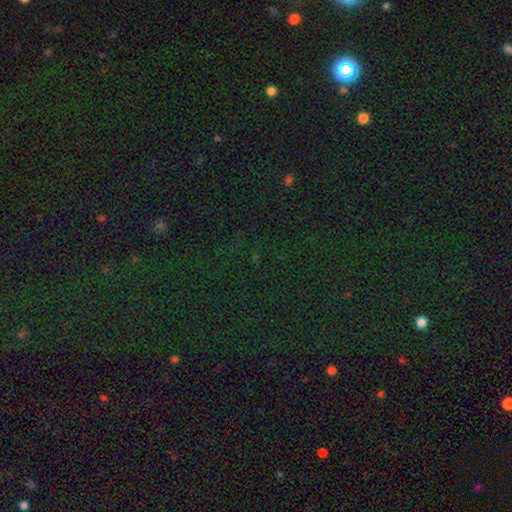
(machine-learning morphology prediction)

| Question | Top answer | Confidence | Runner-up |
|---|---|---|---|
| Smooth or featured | star or artifact | 79% | smooth (14%) |